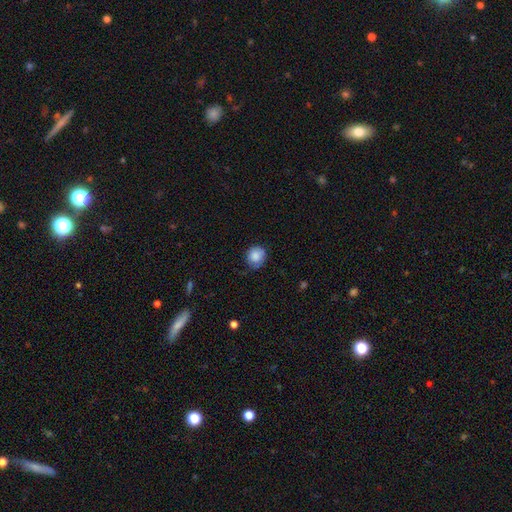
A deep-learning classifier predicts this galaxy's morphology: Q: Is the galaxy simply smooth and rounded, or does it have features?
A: smooth — 84%.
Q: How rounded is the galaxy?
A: round — 83%.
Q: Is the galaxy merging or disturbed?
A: none — 67%.